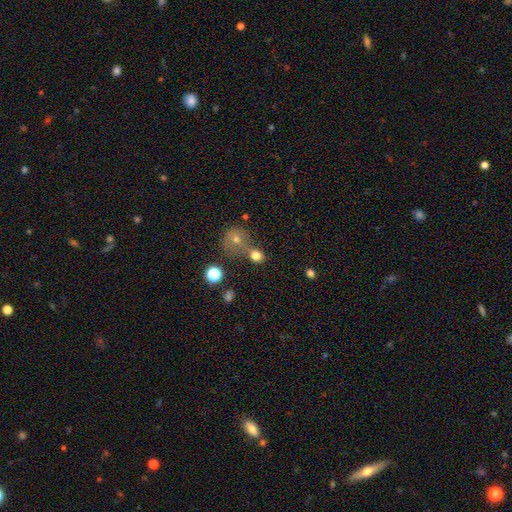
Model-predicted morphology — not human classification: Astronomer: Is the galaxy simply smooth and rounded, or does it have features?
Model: smooth — 75%.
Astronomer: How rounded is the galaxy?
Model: round — 82%.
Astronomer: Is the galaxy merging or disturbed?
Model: none — 53% (runner-up: merger, 32%).